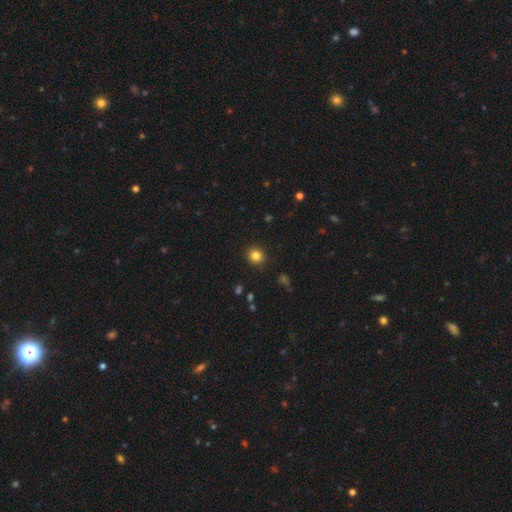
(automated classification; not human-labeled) A smooth galaxy with no disk features (83%) that is round (88%). Merging: none (91%).